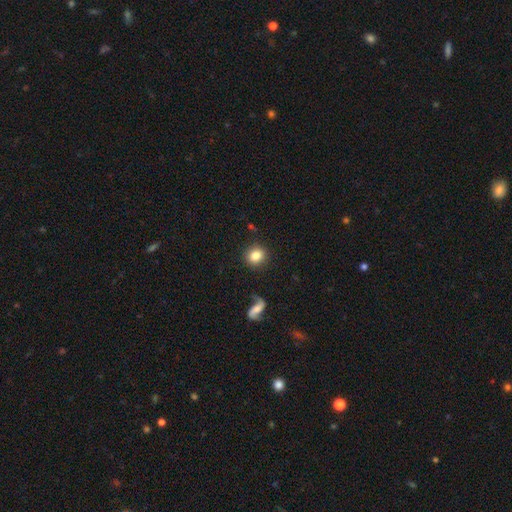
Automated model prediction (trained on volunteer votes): smooth_or_featured: smooth (p=0.82) [alt: featured or disk p=0.10]
how_rounded: round (p=0.79) [alt: in between p=0.20]
merging: none (p=0.87) [alt: minor disturbance p=0.08]